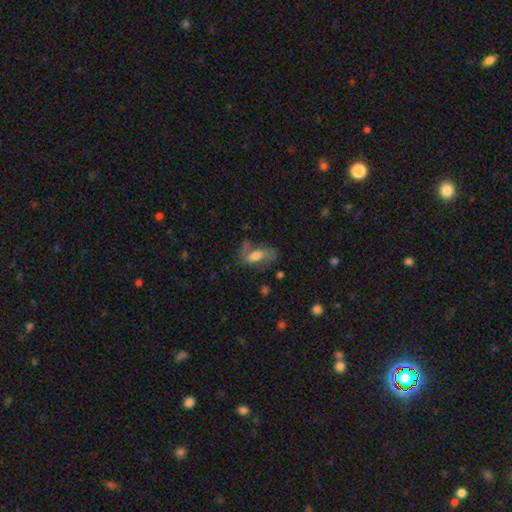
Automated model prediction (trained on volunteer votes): featured or disk 50%, smooth 41%, star or artifact 9%. Down the decision tree: edge-on disk — no (88%); merging — none (50%).